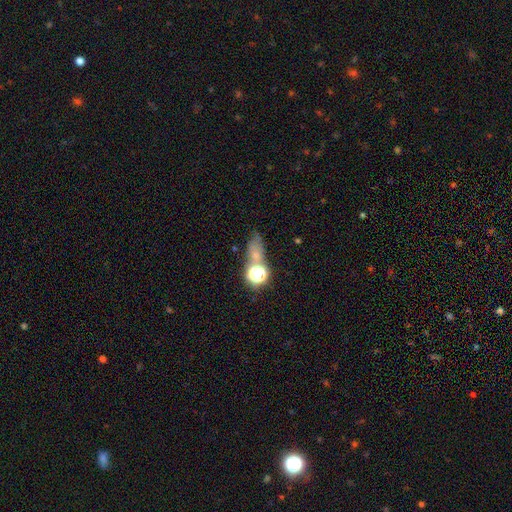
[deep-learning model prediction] smooth 51%, star or artifact 33%, featured or disk 16%. Down the decision tree: how rounded — in between (53%); merging — none (47%).